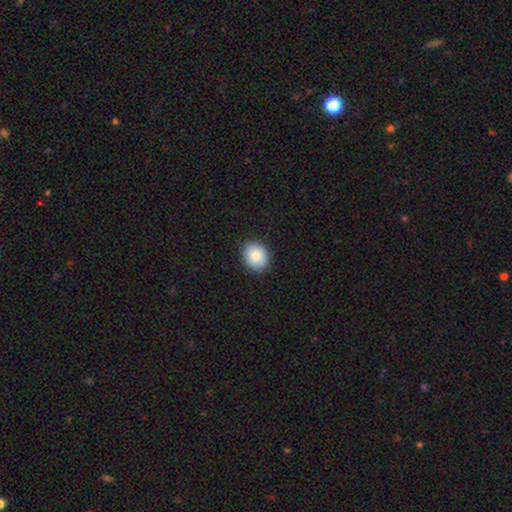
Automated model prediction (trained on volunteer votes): The model was most divided on "how rounded": round: 56%, in between: 44%, cigar-shaped: 1%. More confident: merging — none (89%); smooth or featured — smooth (84%).